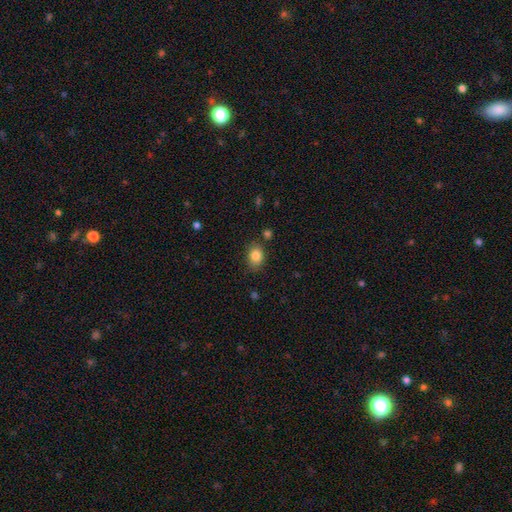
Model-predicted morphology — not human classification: Q: Smooth or featured?
A: smooth (84%); runner-up: star or artifact (9%)
Q: How rounded?
A: in between (60%); runner-up: round (39%)
Q: Merging?
A: none (79%); runner-up: minor disturbance (14%)